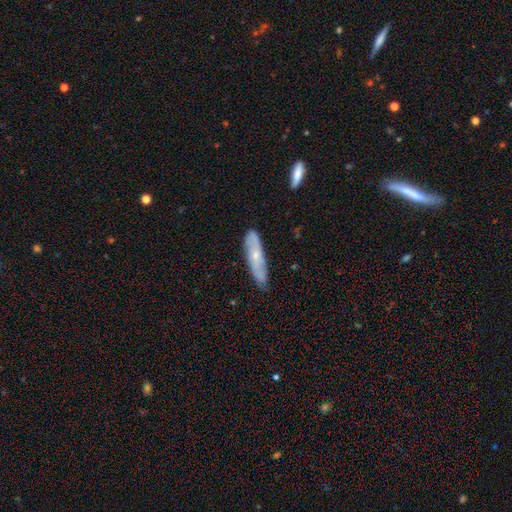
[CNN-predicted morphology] Q: Smooth or featured?
A: featured or disk (49%); runner-up: smooth (44%)
Q: Merging?
A: none (76%); runner-up: minor disturbance (19%)